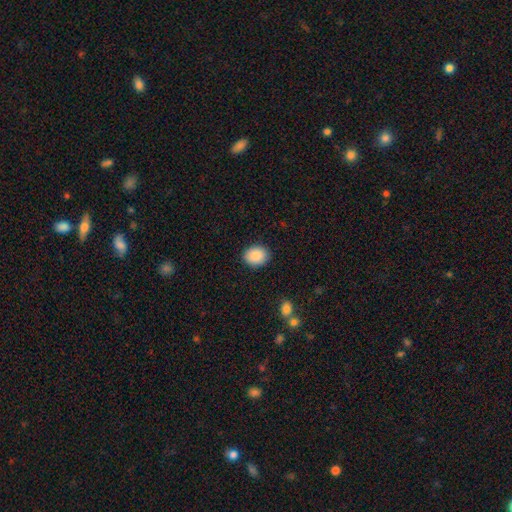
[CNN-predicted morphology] Q: Smooth or featured?
A: smooth (89%); runner-up: star or artifact (7%)
Q: How rounded?
A: in between (56%); runner-up: round (43%)
Q: Merging?
A: none (89%); runner-up: minor disturbance (8%)